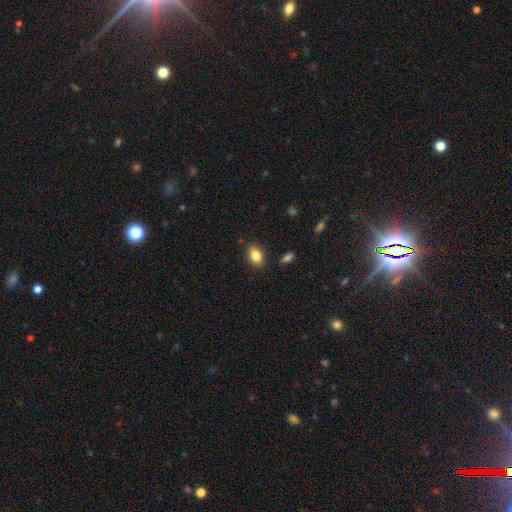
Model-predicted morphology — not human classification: smooth_or_featured: smooth (p=0.84) [alt: star or artifact p=0.08]
how_rounded: in between (p=0.82) [alt: round p=0.16]
merging: none (p=0.87) [alt: minor disturbance p=0.09]